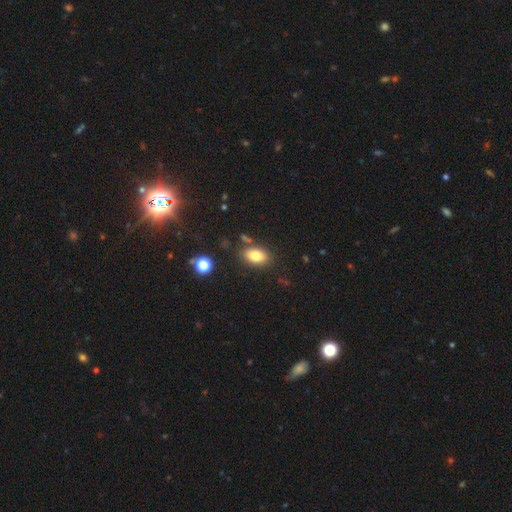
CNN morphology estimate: type=smooth (80%); roundness=in between (87%); merging=none (80%).